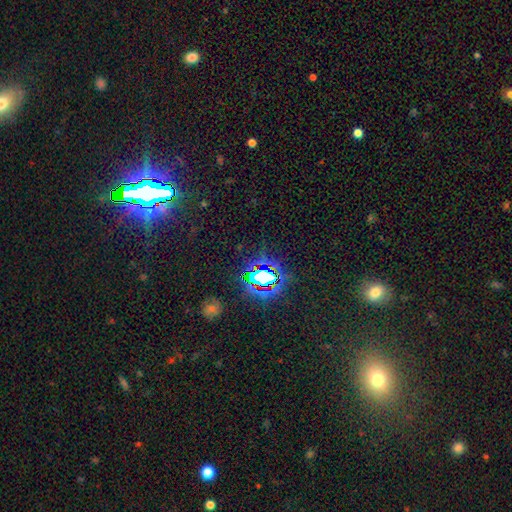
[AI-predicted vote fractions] smooth_or_featured: star or artifact (p=0.80) [alt: smooth p=0.12]